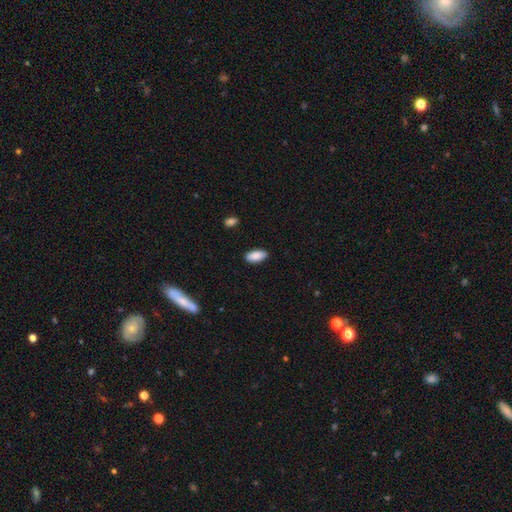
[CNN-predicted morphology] Smooth or featured? smooth (89%)
How rounded? in between (92%)
Merging? none (87%)